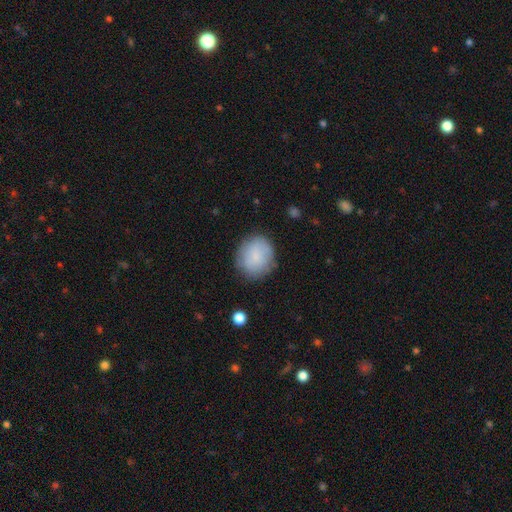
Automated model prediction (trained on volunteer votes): Smooth or featured? smooth (79%)
How rounded? round (73%)
Merging? none (79%)